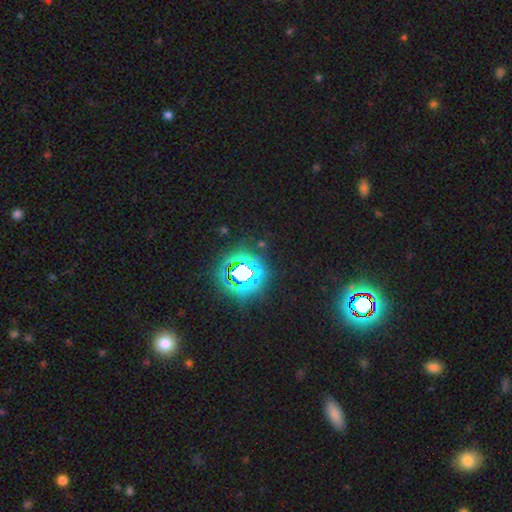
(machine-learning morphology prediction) Smooth or featured? Predicted: star or artifact (p=0.81).